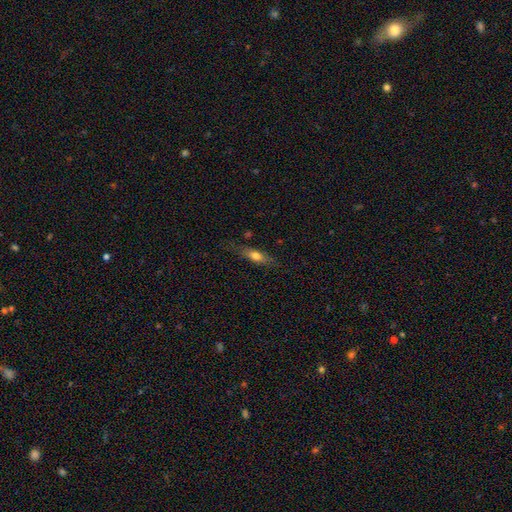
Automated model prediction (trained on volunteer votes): This appears to be a smooth galaxy with no disk features (61%) that is cigar-shaped (53%). Merging: none (71%).